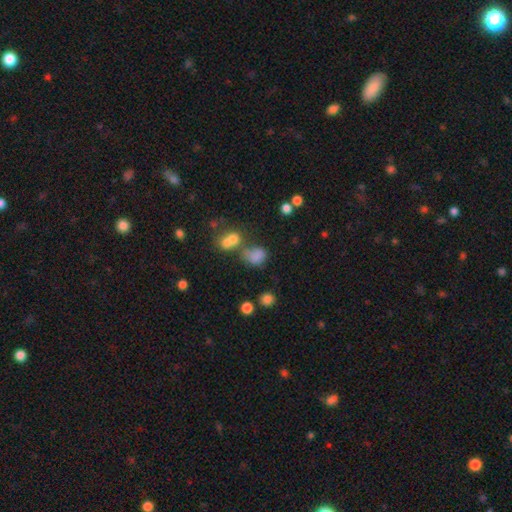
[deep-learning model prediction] Overall: smooth (74%). How rounded: in between (52%; round 46%). Merging: none (40%; merger 32%).